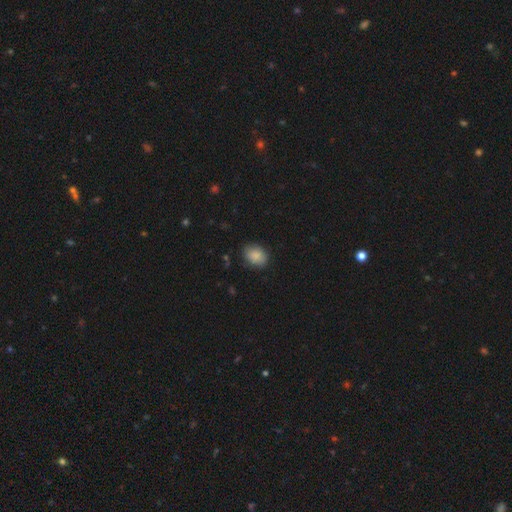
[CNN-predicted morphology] Smooth or featured? smooth (88%)
How rounded? in between (62%)
Merging? none (83%)